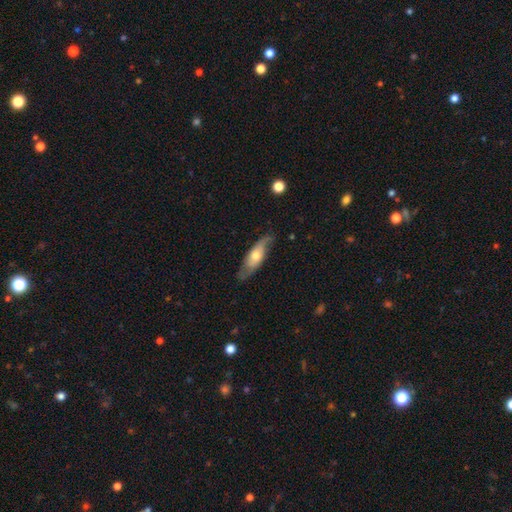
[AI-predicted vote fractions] Overall: featured or disk (51%; smooth 44%). Edge-on disk: no (63%; yes 37%). Merging: none (70%).